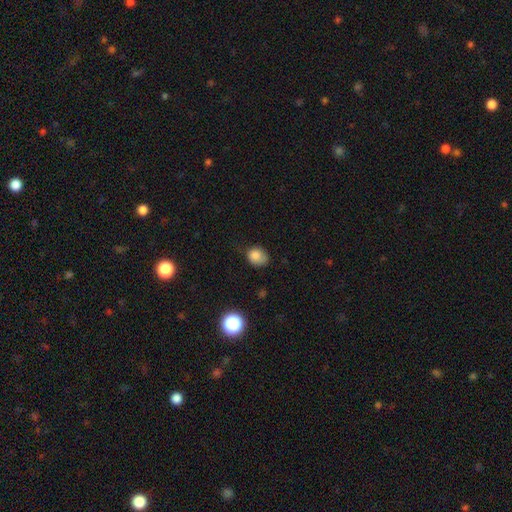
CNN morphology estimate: Smooth or featured? Predicted: smooth (p=0.82). How rounded? Predicted: round (p=0.51). Merging? Predicted: none (p=0.53).